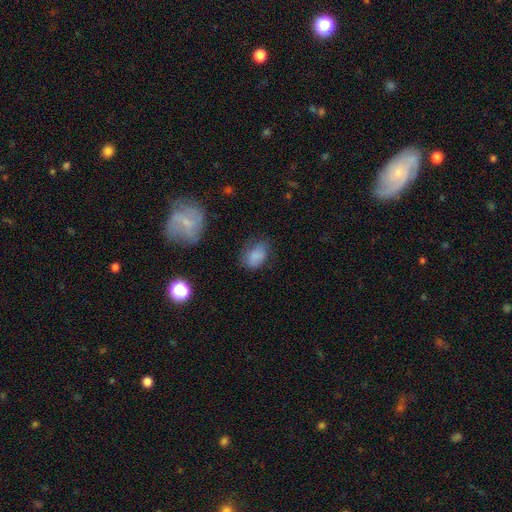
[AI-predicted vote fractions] Q: Smooth or featured?
A: smooth (82%); runner-up: star or artifact (9%)
Q: How rounded?
A: in between (81%); runner-up: round (18%)
Q: Merging?
A: none (58%); runner-up: minor disturbance (29%)